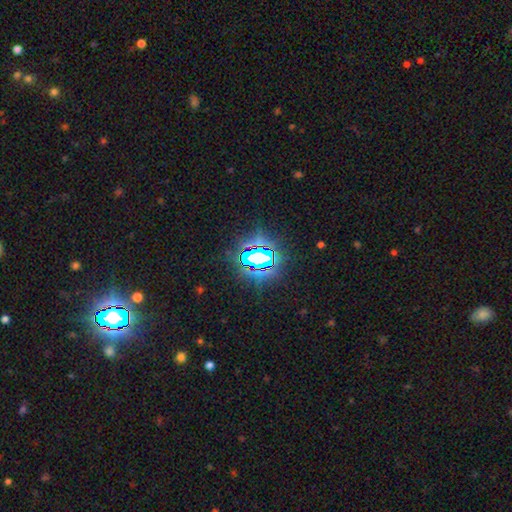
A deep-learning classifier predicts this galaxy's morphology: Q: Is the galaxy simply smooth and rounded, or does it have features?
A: star or artifact — 75%.